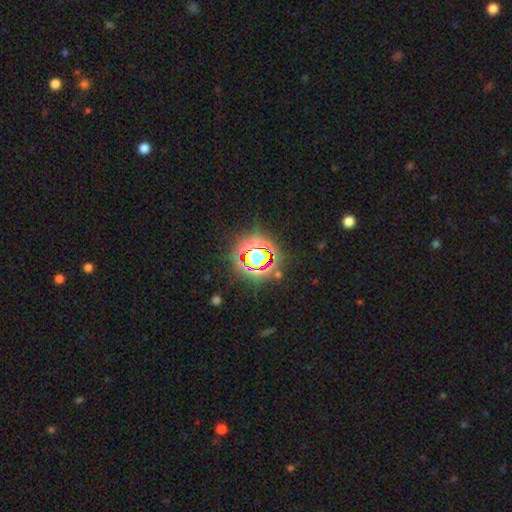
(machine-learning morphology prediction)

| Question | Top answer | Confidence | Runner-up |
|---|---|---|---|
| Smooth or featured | star or artifact | 67% | smooth (21%) |